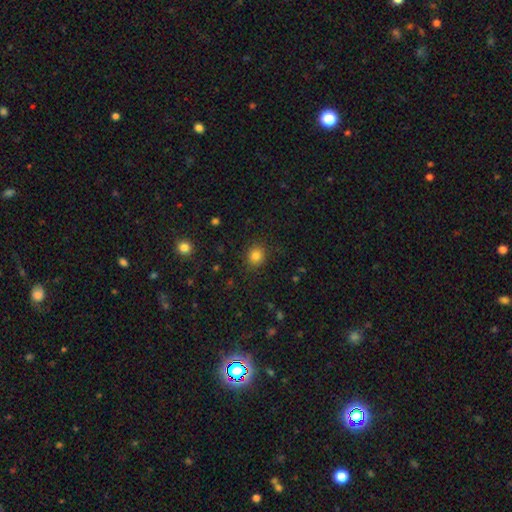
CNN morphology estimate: This appears to be a smooth galaxy with no disk features (84%) that is round (86%). Merging: none (88%).